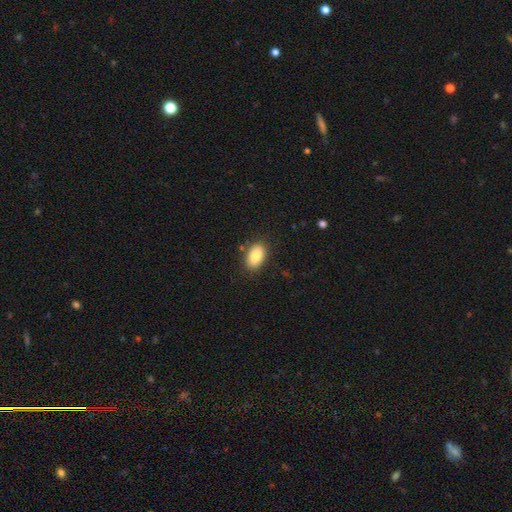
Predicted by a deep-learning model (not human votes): Smooth or featured? smooth (83%)
How rounded? in between (90%)
Merging? none (85%)